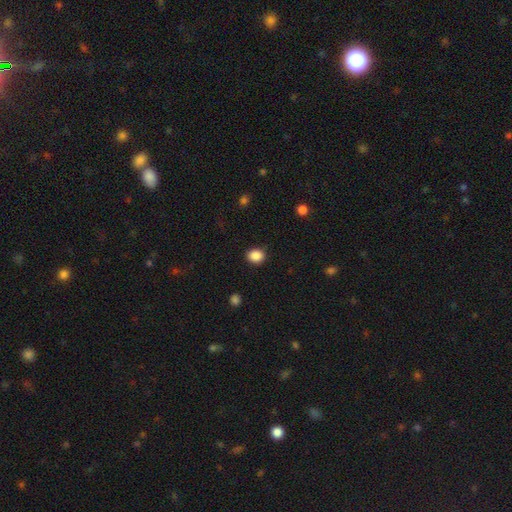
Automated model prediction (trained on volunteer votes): Morphology: type=smooth (87%); roundness=round (71%); merging=none (89%).